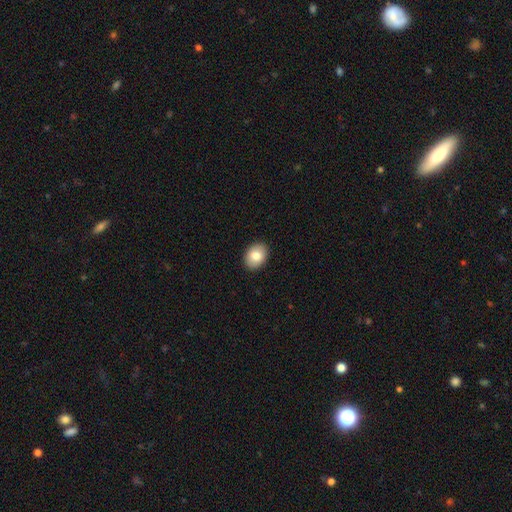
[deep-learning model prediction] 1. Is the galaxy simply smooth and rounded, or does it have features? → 83% smooth, 10% featured or disk, 7% star or artifact.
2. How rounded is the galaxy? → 68% in between, 31% round, 1% cigar-shaped.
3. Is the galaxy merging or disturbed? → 91% none, 6% minor disturbance, 2% major disturbance, 1% merger.